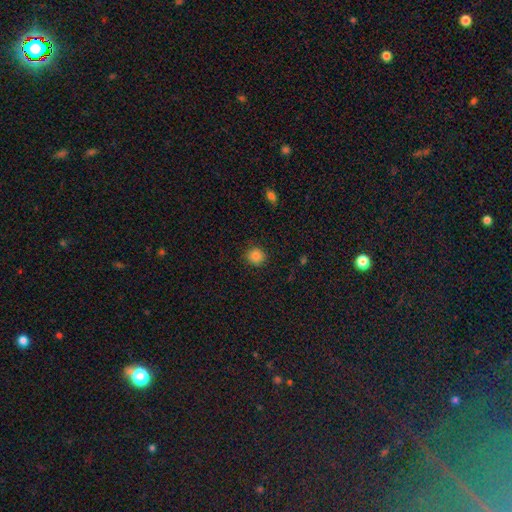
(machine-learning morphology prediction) Smooth or featured? smooth (85%)
How rounded? round (91%)
Merging? none (90%)